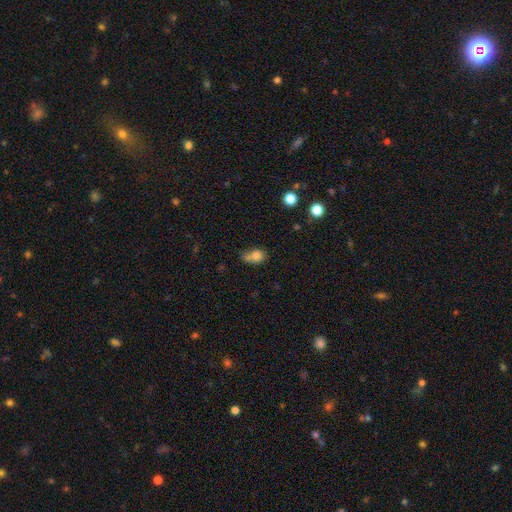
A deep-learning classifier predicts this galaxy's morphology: A smooth galaxy with no disk features (76%) that is in between round and cigar-shaped (57%). Merging: none (36%).